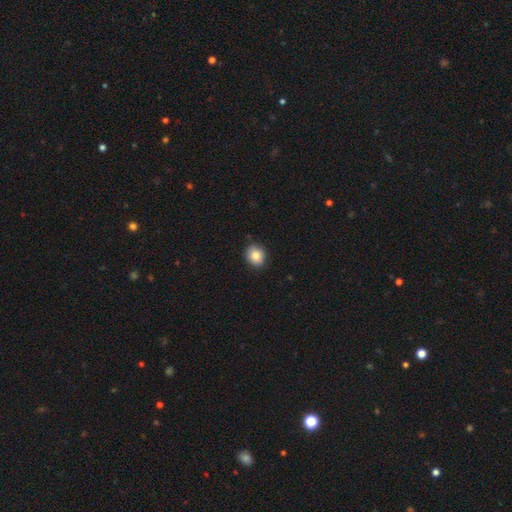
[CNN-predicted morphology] smooth_or_featured: smooth (p=0.85) [alt: star or artifact p=0.09]
how_rounded: round (p=0.68) [alt: in between p=0.31]
merging: none (p=0.84) [alt: minor disturbance p=0.13]